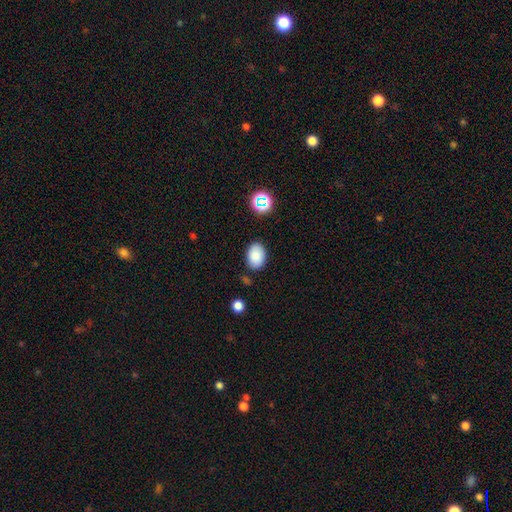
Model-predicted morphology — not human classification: Smooth or featured? smooth (85%)
How rounded? in between (83%)
Merging? none (84%)